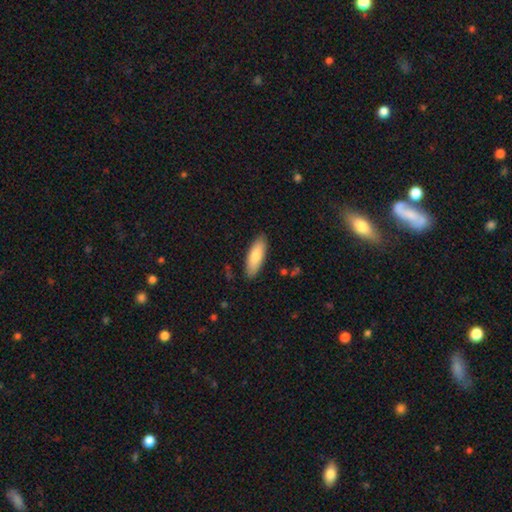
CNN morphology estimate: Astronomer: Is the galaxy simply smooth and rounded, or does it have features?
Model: smooth — 79%.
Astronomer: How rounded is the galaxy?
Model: in between — 63%.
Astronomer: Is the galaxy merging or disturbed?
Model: none — 87%.